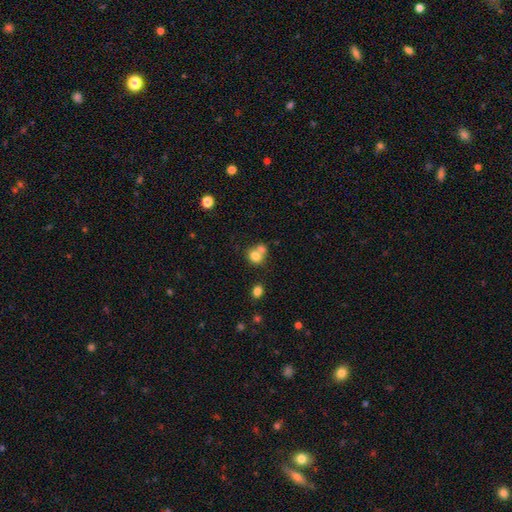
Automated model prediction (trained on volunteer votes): smooth 76%, featured or disk 13%, star or artifact 11%. Down the decision tree: how rounded — round (71%); merging — merger (51%).